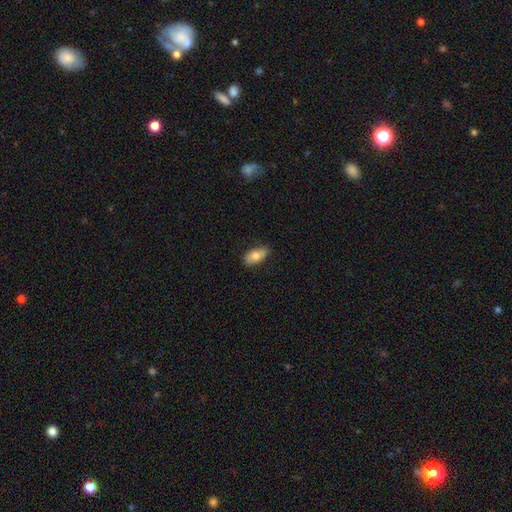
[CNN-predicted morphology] A smooth galaxy with no disk features (75%) that is in between round and cigar-shaped (91%).

Vote fractions:
- Smooth or featured? smooth: 75% / featured or disk: 18% / star or artifact: 7%
- How rounded? in between: 91% / cigar-shaped: 5% / round: 4%
- Merging? none: 80% / minor disturbance: 17% / major disturbance: 3% / merger: 1%